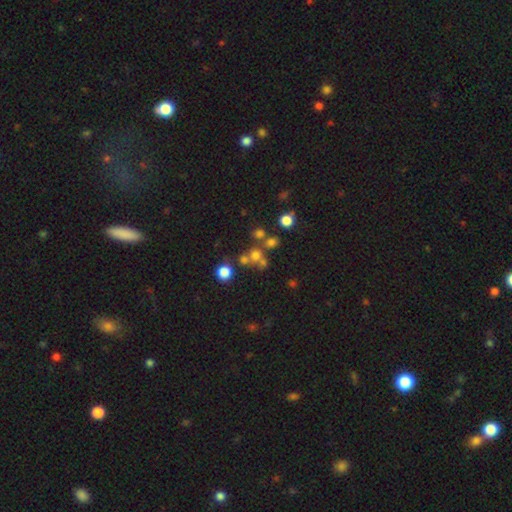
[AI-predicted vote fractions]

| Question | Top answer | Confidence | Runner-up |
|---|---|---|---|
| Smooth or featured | smooth | 59% | star or artifact (26%) |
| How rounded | round | 86% | in between (13%) |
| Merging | none | 53% | merger (33%) |